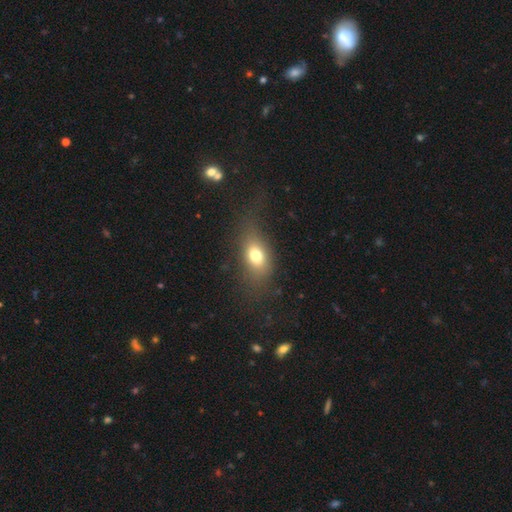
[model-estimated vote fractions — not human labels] A smooth galaxy with no disk features (73%) that is in between round and cigar-shaped (75%).

Vote fractions:
- Smooth or featured? smooth: 73% / featured or disk: 15% / star or artifact: 12%
- How rounded? in between: 75% / round: 20% / cigar-shaped: 5%
- Merging? none: 62% / minor disturbance: 20% / major disturbance: 16% / merger: 2%